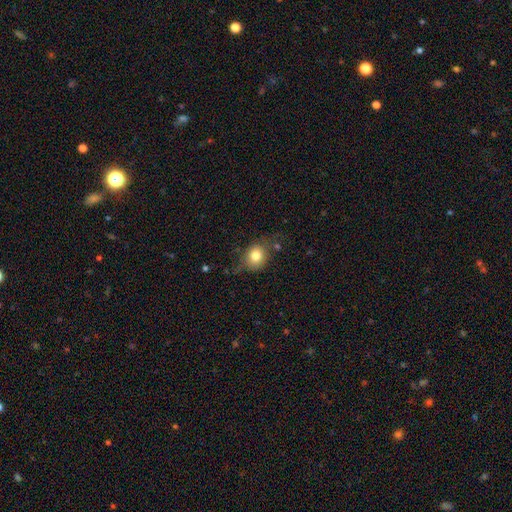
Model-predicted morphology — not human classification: type=smooth (78%); roundness=round (69%); merging=none (63%).